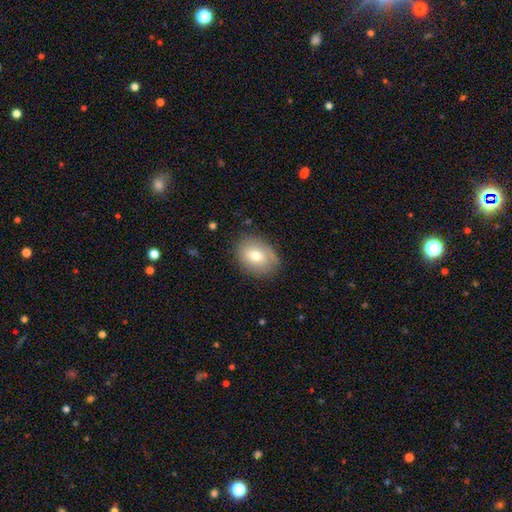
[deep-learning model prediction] This appears to be a smooth galaxy with no disk features (74%) that is in between round and cigar-shaped (66%). Merging: none (81%).